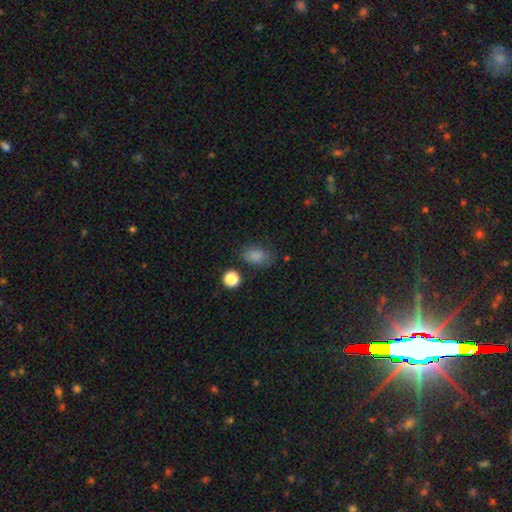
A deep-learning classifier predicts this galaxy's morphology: Smooth or featured? smooth (83%)
How rounded? in between (84%)
Merging? none (70%)